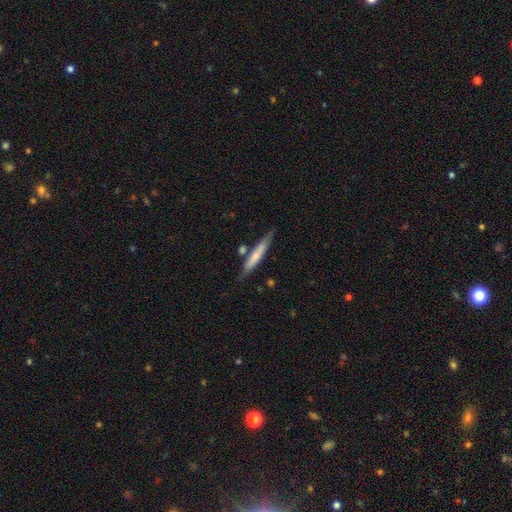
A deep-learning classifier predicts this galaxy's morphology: Smooth or featured?
  - smooth: 62% *
  - featured or disk: 33%
  - star or artifact: 5%
How rounded?
  - cigar-shaped: 93% *
  - in between: 5%
  - round: 1%
Merging?
  - none: 77% *
  - minor disturbance: 13%
  - merger: 8%
  - major disturbance: 3%